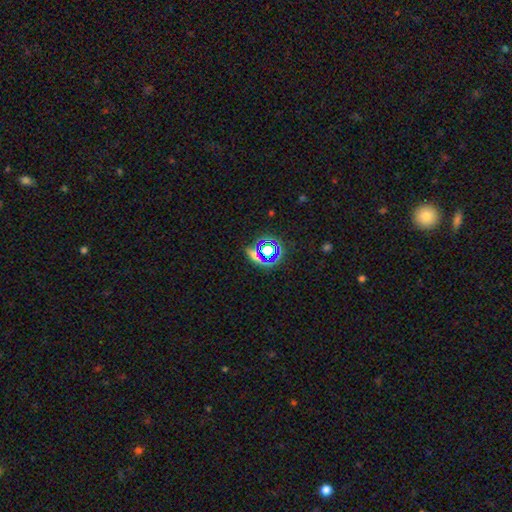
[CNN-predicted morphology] Smooth or featured: star or artifact — 53% (smooth — 33%)